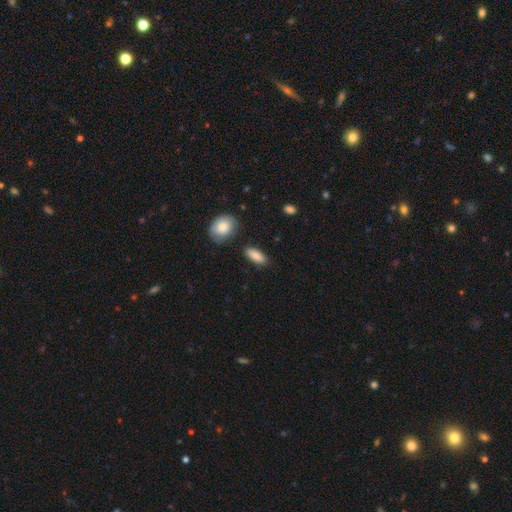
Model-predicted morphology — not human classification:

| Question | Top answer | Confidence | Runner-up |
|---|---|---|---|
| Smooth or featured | smooth | 87% | featured or disk (7%) |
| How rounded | in between | 78% | cigar-shaped (19%) |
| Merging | none | 83% | minor disturbance (11%) |